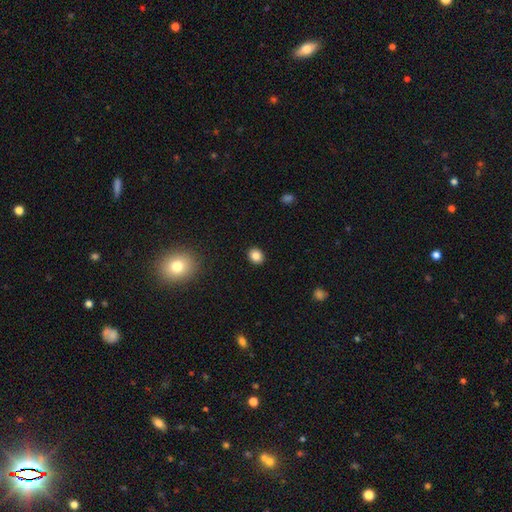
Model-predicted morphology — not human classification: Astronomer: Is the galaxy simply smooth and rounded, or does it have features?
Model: smooth — 85%.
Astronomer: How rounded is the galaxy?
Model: round — 64%.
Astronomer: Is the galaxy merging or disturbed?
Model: none — 91%.